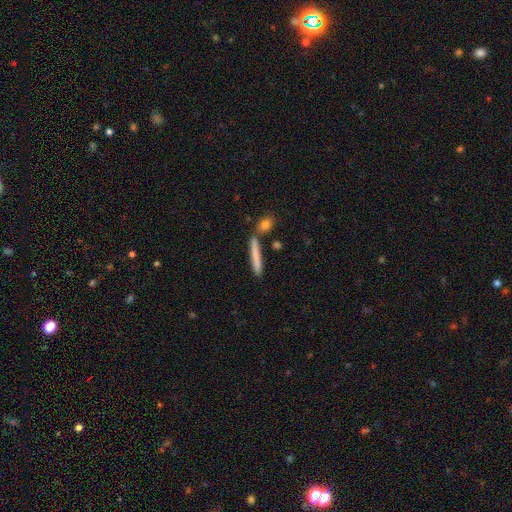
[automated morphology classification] Overall: smooth (75%). How rounded: cigar-shaped (93%). Merging: none (79%).